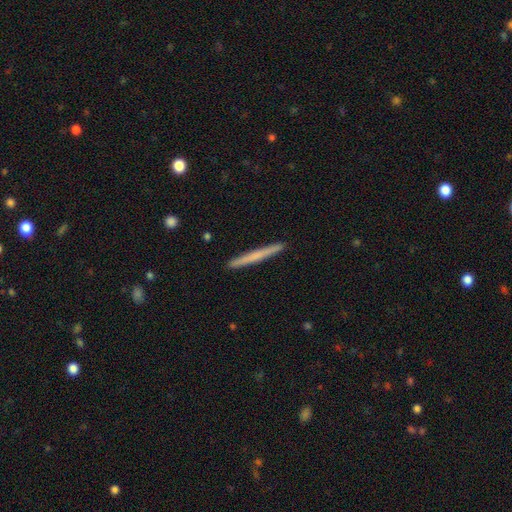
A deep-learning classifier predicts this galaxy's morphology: This appears to be a smooth galaxy with no disk features (57%) that is cigar-shaped (97%). Merging: none (93%).